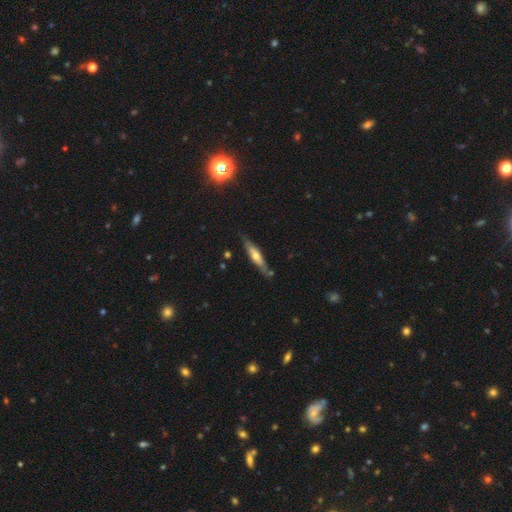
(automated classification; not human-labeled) This appears to be a featured or disk galaxy (54%) viewed edge-on (78%). Merging: none (76%).